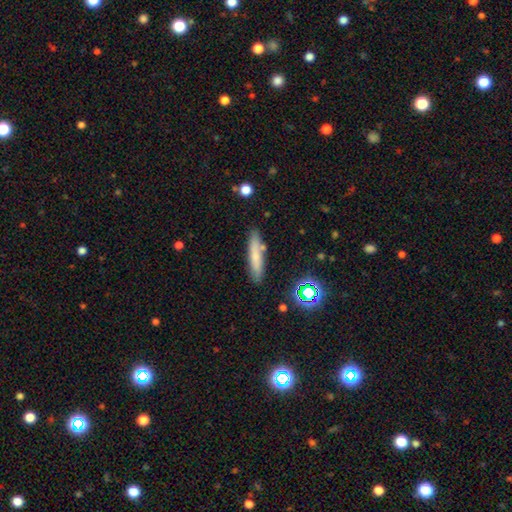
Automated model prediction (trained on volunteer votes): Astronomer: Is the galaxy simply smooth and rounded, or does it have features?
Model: smooth — 68%.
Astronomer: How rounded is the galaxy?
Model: cigar-shaped — 83%.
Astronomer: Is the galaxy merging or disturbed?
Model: none — 81%.